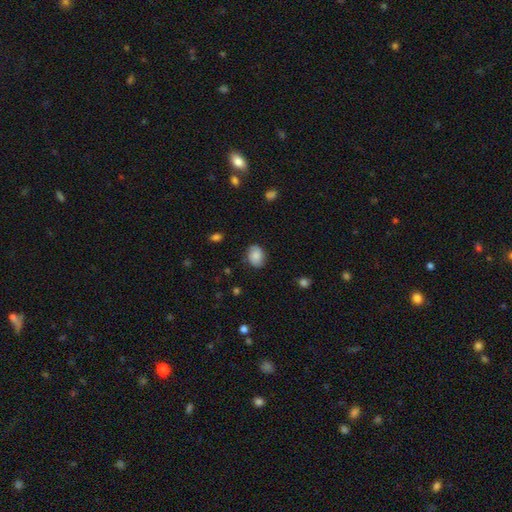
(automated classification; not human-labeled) smooth-or-featured: smooth: 77% | featured or disk: 15% | star or artifact: 8%
  how-rounded: in between: 64% | round: 35% | cigar-shaped: 1%
  merging: none: 81% | minor disturbance: 15% | major disturbance: 4% | merger: 1%